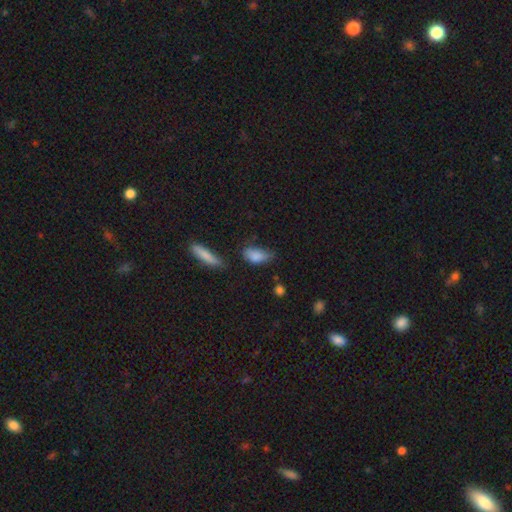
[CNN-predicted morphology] smooth 83%, featured or disk 9%, star or artifact 8%. Down the decision tree: how rounded — in between (86%); merging — none (45%).